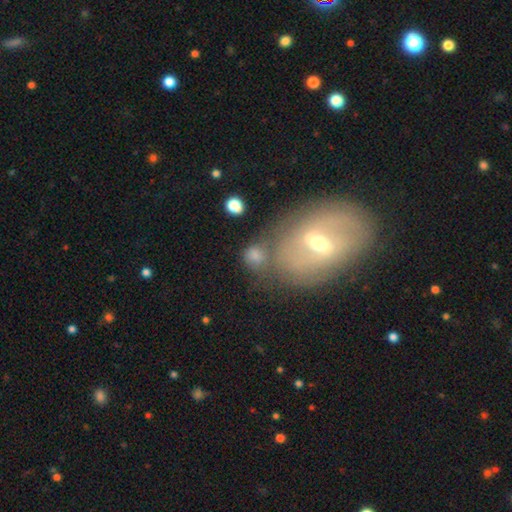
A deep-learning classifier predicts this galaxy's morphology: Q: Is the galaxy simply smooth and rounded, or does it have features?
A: smooth — 66%.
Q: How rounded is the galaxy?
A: round — 66%.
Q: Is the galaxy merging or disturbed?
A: none — 51%.